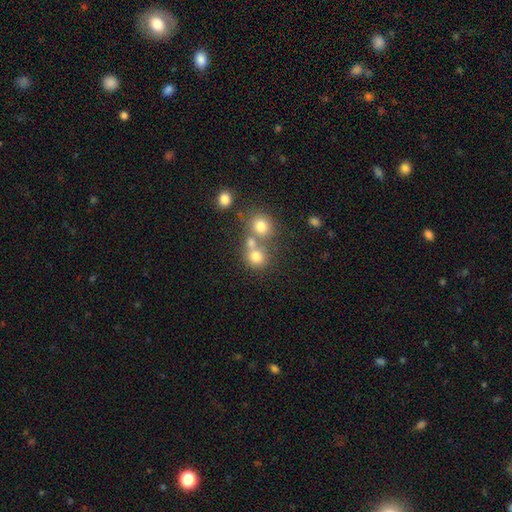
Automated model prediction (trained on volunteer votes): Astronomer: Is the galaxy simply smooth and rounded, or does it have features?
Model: smooth — 58%.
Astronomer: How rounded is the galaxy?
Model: round — 80%.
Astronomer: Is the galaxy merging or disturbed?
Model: merger — 50% (runner-up: none, 41%).